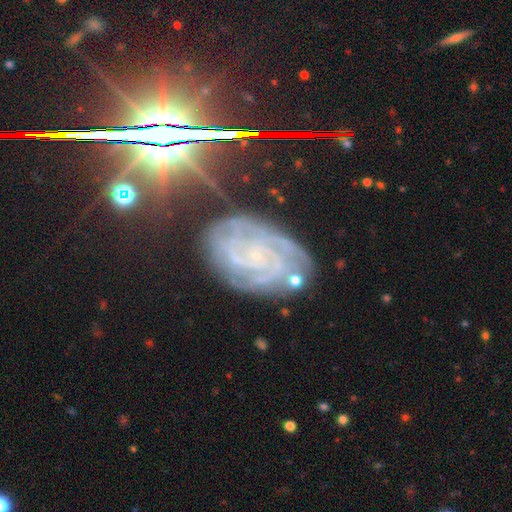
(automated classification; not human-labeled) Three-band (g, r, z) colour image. It shows a featured or disk galaxy (83%) with no bar (71%), 4 (26%) tight (75%) spiral arms (98%) and a small central bulge (86%). Merging: none (73%).